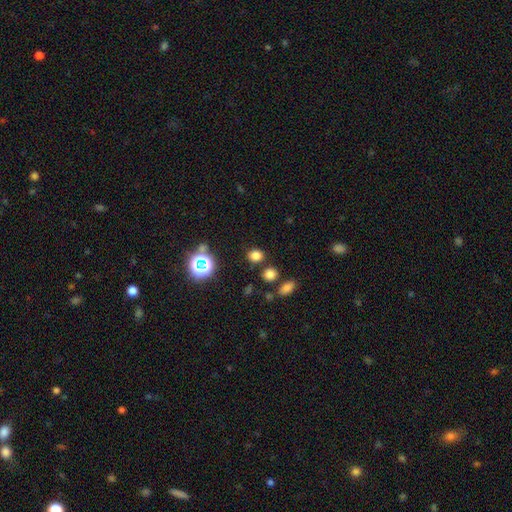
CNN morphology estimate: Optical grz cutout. It shows a smooth galaxy with no disk features (74%) that is round (75%). Merging: none (81%).